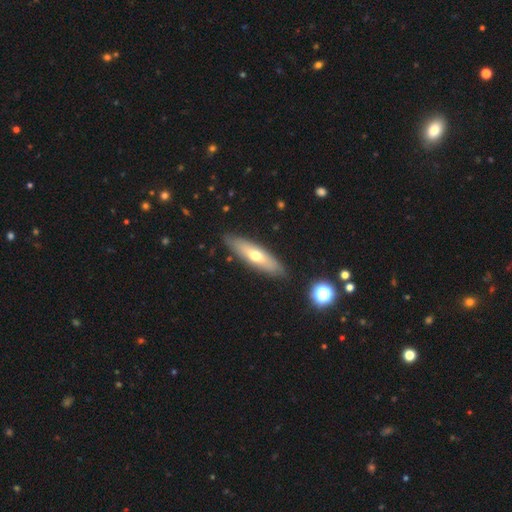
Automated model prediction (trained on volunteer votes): Smooth or featured: smooth — 54% (featured or disk — 40%)
How rounded: cigar-shaped — 60% (in between — 38%)
Merging: none — 86% (minor disturbance — 10%)